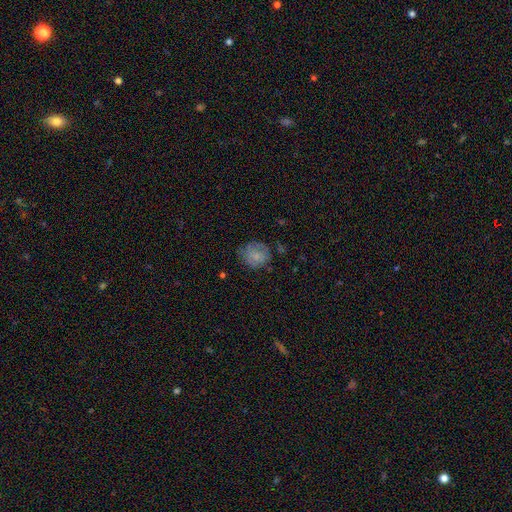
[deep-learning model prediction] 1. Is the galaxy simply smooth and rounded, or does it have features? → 72% smooth, 19% featured or disk, 9% star or artifact.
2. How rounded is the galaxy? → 75% round, 24% in between, 1% cigar-shaped.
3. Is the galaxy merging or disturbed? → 62% none, 26% minor disturbance, 10% major disturbance, 2% merger.